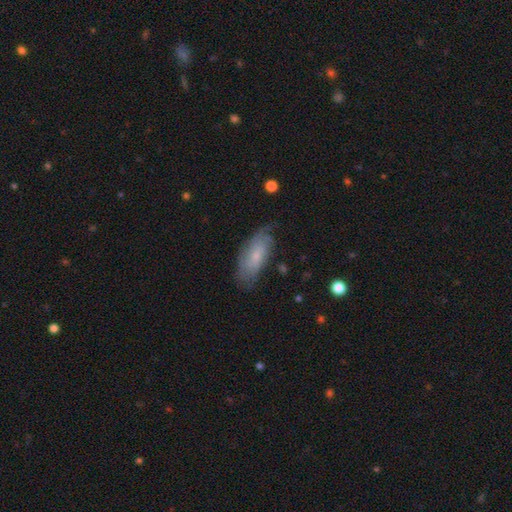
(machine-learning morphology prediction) Smooth or featured? smooth (49%)
Merging? none (67%)